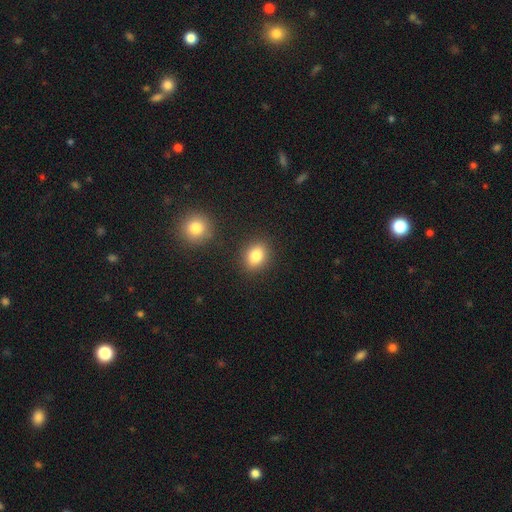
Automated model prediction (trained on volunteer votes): Smooth or featured: smooth — 82% (star or artifact — 10%)
How rounded: in between — 57% (round — 42%)
Merging: none — 85% (minor disturbance — 9%)